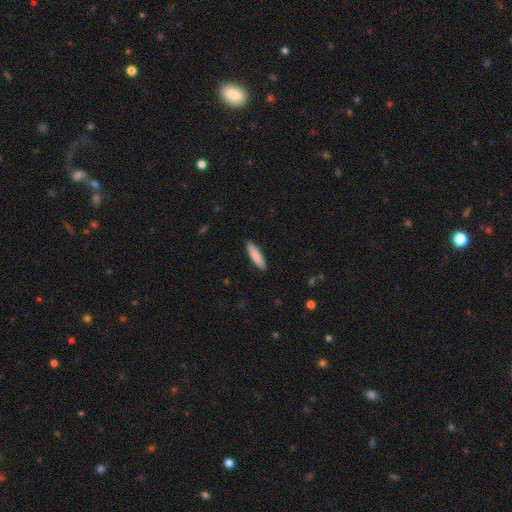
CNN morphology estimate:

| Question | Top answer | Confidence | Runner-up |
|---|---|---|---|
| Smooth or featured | smooth | 86% | featured or disk (9%) |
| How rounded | cigar-shaped | 77% | in between (22%) |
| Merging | none | 90% | minor disturbance (7%) |